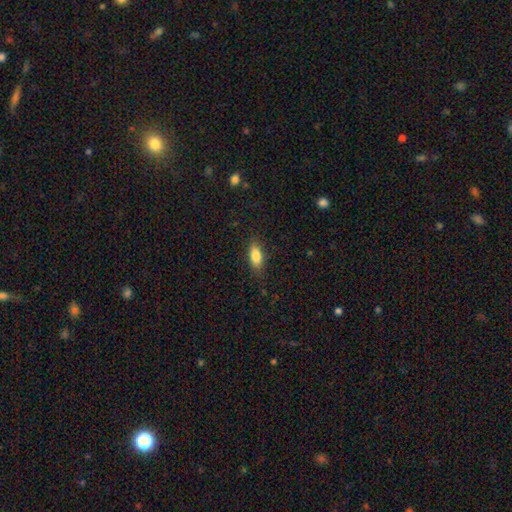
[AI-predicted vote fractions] Smooth or featured: smooth — 84% (featured or disk — 9%)
How rounded: in between — 80% (cigar-shaped — 17%)
Merging: none — 83% (minor disturbance — 12%)